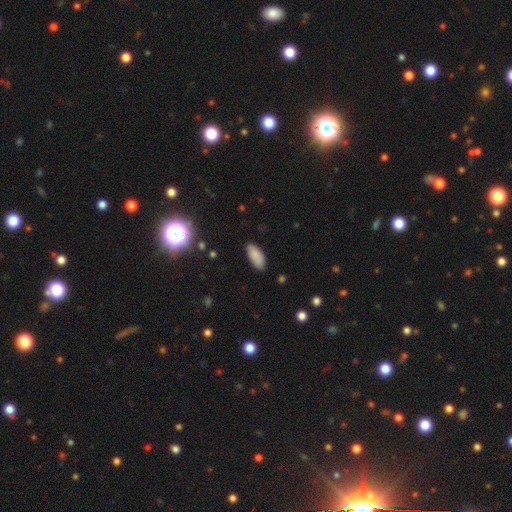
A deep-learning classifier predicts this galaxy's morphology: smooth-or-featured: smooth: 85% | star or artifact: 9% | featured or disk: 6%
  how-rounded: in between: 90% | cigar-shaped: 8% | round: 2%
  merging: none: 83% | minor disturbance: 13% | major disturbance: 3% | merger: 1%